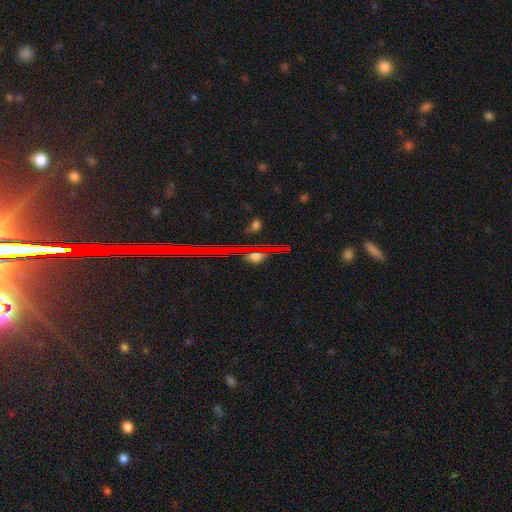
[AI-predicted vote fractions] This appears to be a star or artifact, not a galaxy (63%).